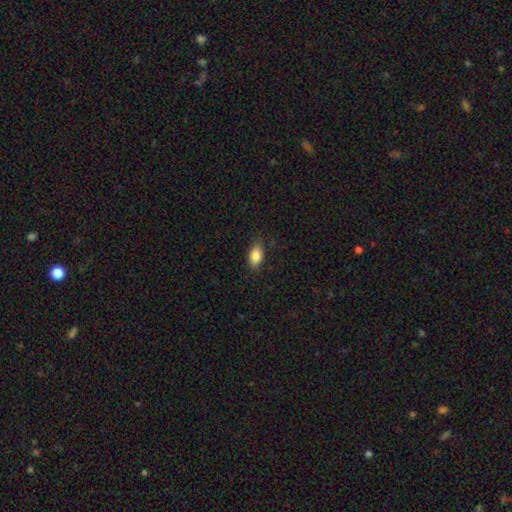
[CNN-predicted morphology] Smooth or featured?
  - smooth: 85% *
  - star or artifact: 8%
  - featured or disk: 7%
How rounded?
  - in between: 90% *
  - round: 7%
  - cigar-shaped: 4%
Merging?
  - none: 83% *
  - minor disturbance: 14%
  - major disturbance: 3%
  - merger: 1%